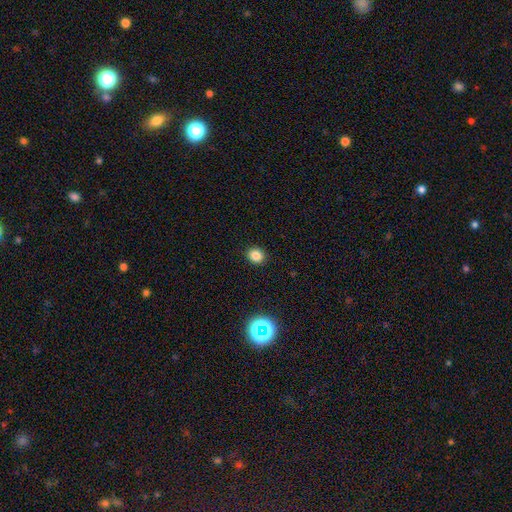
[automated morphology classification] Smooth or featured? Predicted: smooth (p=0.82). How rounded? Predicted: round (p=0.70). Merging? Predicted: none (p=0.91).